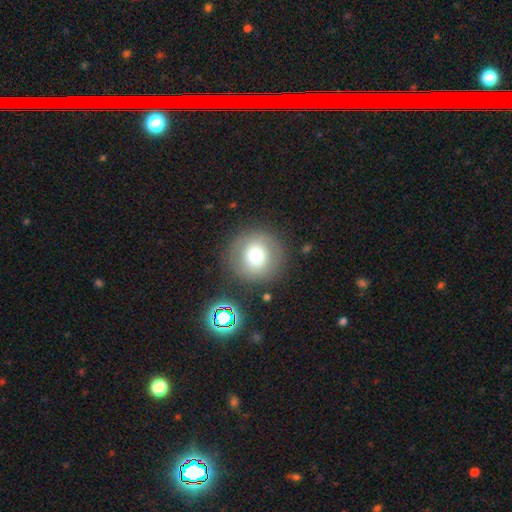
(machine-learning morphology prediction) This is likely a smooth galaxy (67%). How rounded: clearly round (95%). Merging: clearly none (85%).